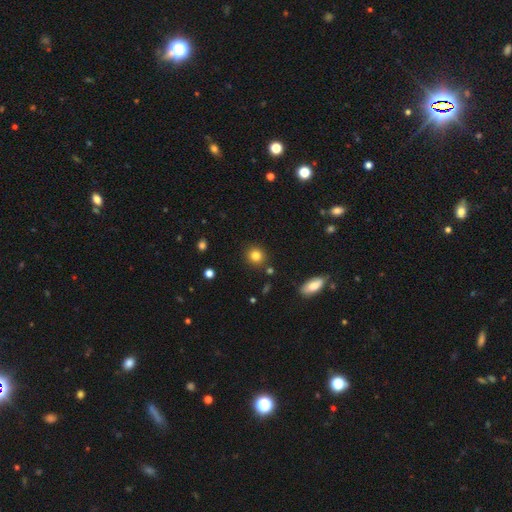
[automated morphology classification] The model was most divided on "smooth or featured": smooth: 82%, star or artifact: 11%, featured or disk: 6%. More confident: merging — none (87%); how rounded — round (86%).